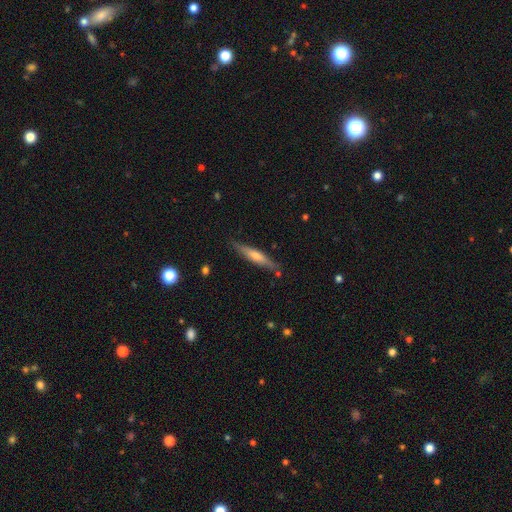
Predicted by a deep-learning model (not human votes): smooth-or-featured: featured or disk: 57% | smooth: 37% | star or artifact: 6%
  disk-edge-on: yes: 93% | no: 7%
    edge-on-bulge: rounded: 71% | none: 19% | boxy: 10%
  merging: none: 85% | minor disturbance: 11% | major disturbance: 2% | merger: 2%